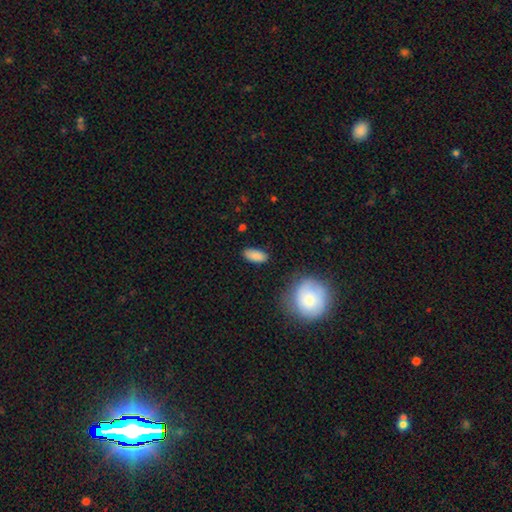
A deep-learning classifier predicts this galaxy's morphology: The model was most divided on "merging": none: 83%, minor disturbance: 12%, major disturbance: 3%, merger: 2%. More confident: how rounded — in between (89%); smooth or featured — smooth (88%).